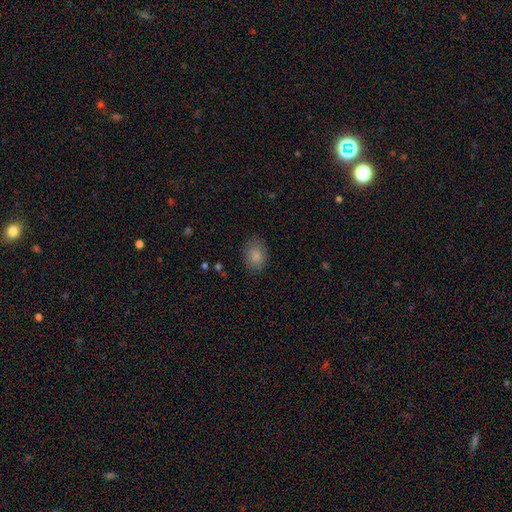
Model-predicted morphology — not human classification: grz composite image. It shows a smooth galaxy with no disk features (86%) that is in between round and cigar-shaped (67%). Merging: none (83%).